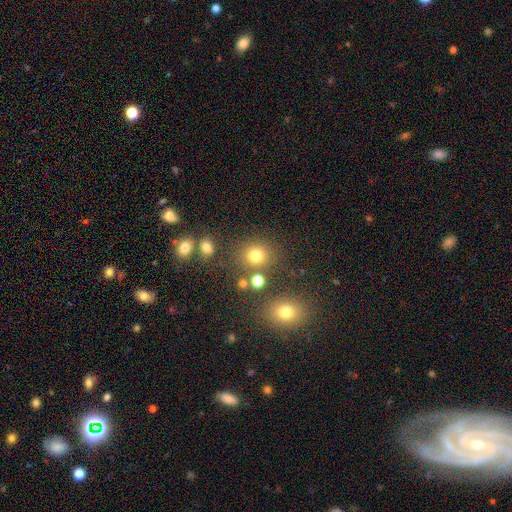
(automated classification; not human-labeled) smooth-or-featured: smooth: 73% | star or artifact: 19% | featured or disk: 8%
  how-rounded: round: 80% | in between: 19% | cigar-shaped: 1%
  merging: none: 75% | minor disturbance: 10% | merger: 10% | major disturbance: 5%